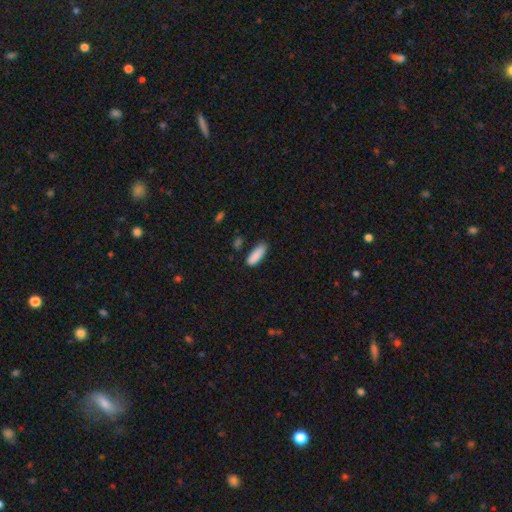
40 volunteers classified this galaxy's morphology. A smooth galaxy with no disk features (82%) that is in between round and cigar-shaped (48%, tied with cigar-shaped). Merging: none (71%).